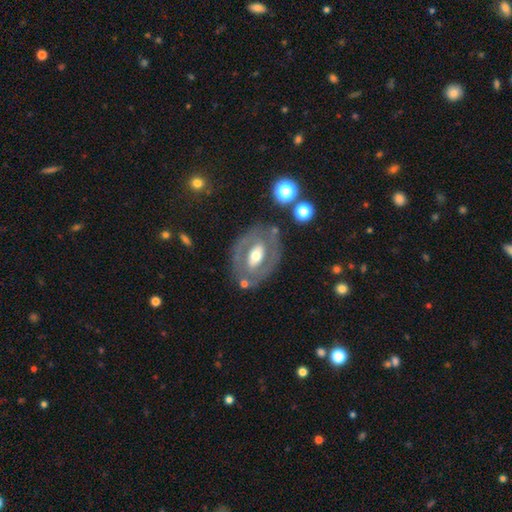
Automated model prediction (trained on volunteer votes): Smooth or featured: featured or disk — 65% (smooth — 29%)
Edge-on disk: no — 93% (yes — 7%)
Bar: no — 49% (weak — 28%)
Spiral arms: no — 70% (yes — 30%)
Bulge size: moderate — 65% (large — 18%)
Merging: none — 71% (minor disturbance — 15%)